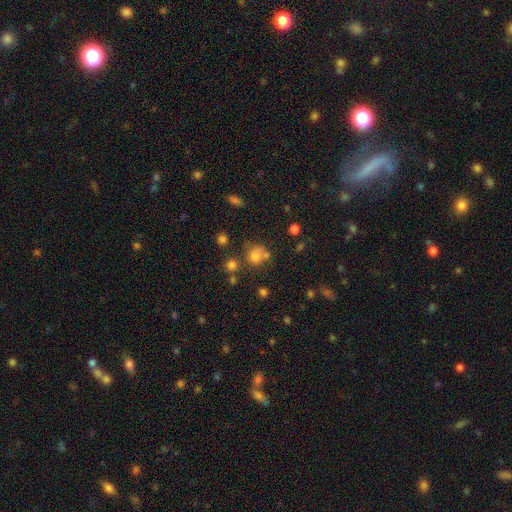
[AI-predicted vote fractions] smooth 72%, star or artifact 17%, featured or disk 11%. Down the decision tree: how rounded — round (82%); merging — none (55%).